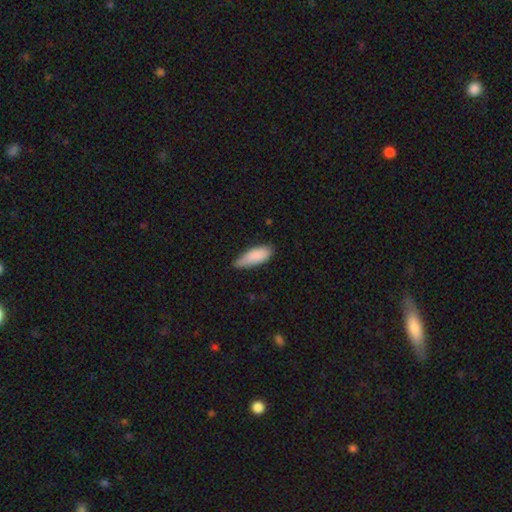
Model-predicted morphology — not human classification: A smooth galaxy with no disk features (86%) that is in between round and cigar-shaped (73%).

Vote fractions:
- Smooth or featured? smooth: 86% / featured or disk: 8% / star or artifact: 6%
- How rounded? in between: 73% / cigar-shaped: 26% / round: 2%
- Merging? none: 56% / minor disturbance: 37% / major disturbance: 5% / merger: 2%